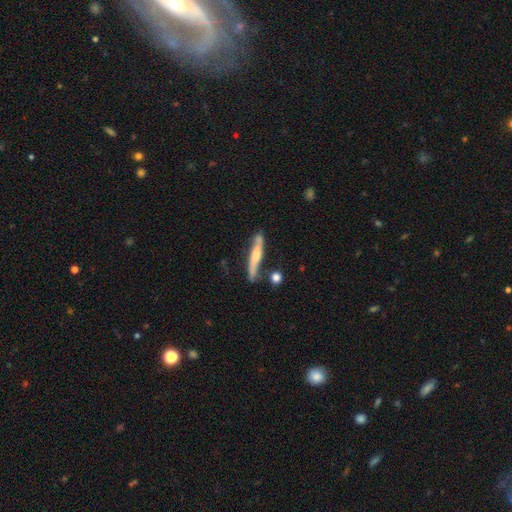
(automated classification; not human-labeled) Smooth or featured?
  - featured or disk: 48% *
  - smooth: 46%
  - star or artifact: 5%
Merging?
  - none: 70% *
  - minor disturbance: 18%
  - merger: 8%
  - major disturbance: 4%